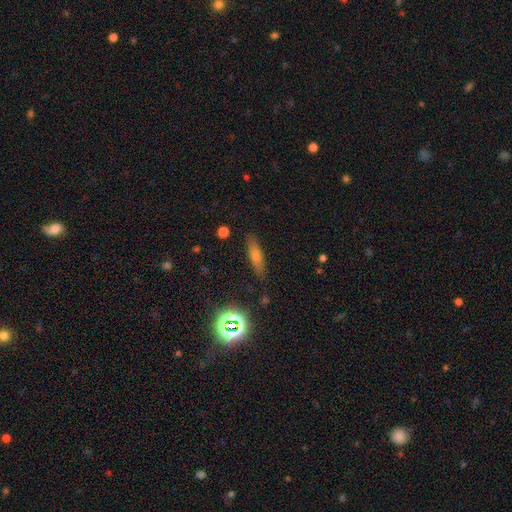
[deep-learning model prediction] Q: Smooth or featured?
A: smooth (67%); runner-up: featured or disk (20%)
Q: How rounded?
A: cigar-shaped (64%); runner-up: in between (33%)
Q: Merging?
A: none (83%); runner-up: minor disturbance (12%)